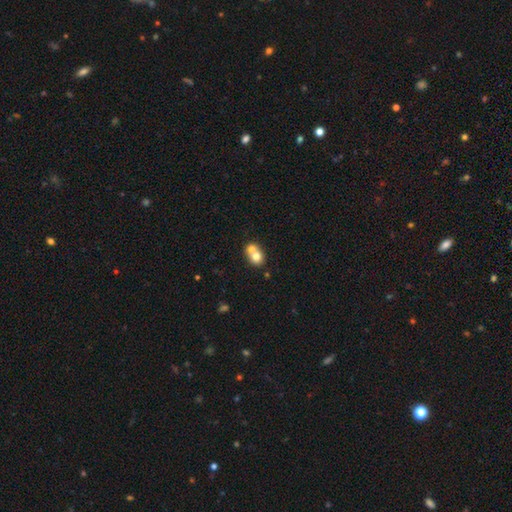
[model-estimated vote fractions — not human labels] A smooth galaxy with no disk features (72%) that is round (69%). Merging: merger (65%).